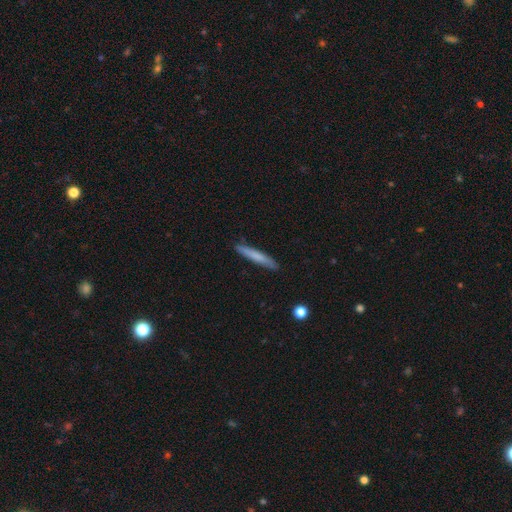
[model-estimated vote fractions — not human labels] Smooth or featured?
  - smooth: 69% *
  - featured or disk: 25%
  - star or artifact: 6%
How rounded?
  - cigar-shaped: 95% *
  - in between: 4%
  - round: 1%
Merging?
  - none: 88% *
  - minor disturbance: 9%
  - major disturbance: 2%
  - merger: 1%